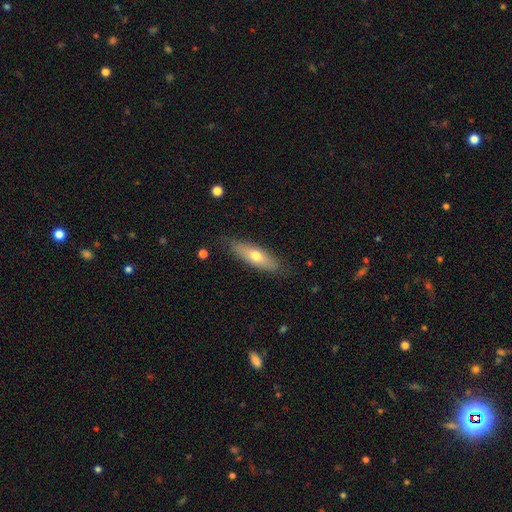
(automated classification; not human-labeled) Smooth or featured? smooth (57%)
How rounded? cigar-shaped (56%)
Merging? none (83%)